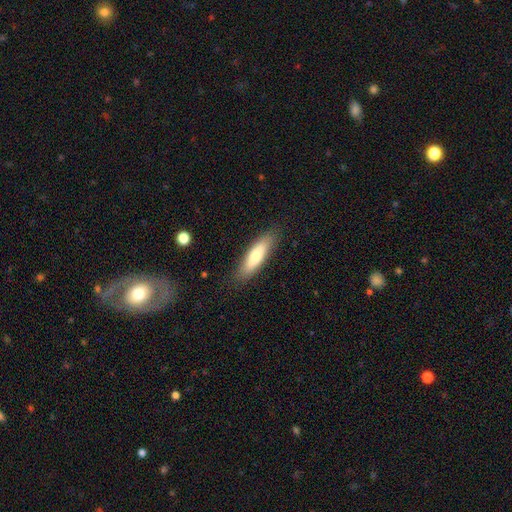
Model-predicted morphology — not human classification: This is likely a smooth galaxy (70%). How rounded: possibly cigar-shaped (60%). Merging: clearly none (86%).